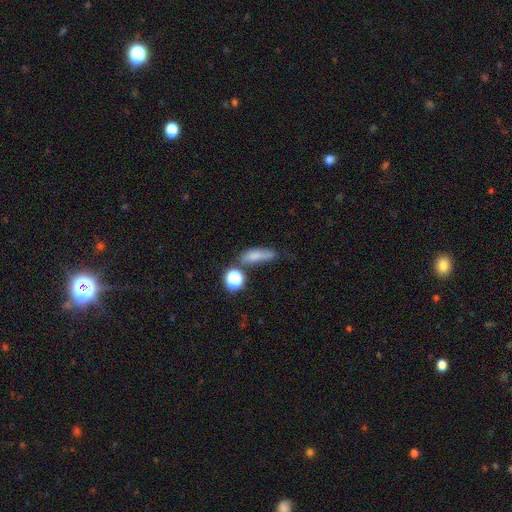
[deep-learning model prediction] This is likely a smooth galaxy (72%). How rounded: possibly cigar-shaped (47%). Merging: possibly none (51%).